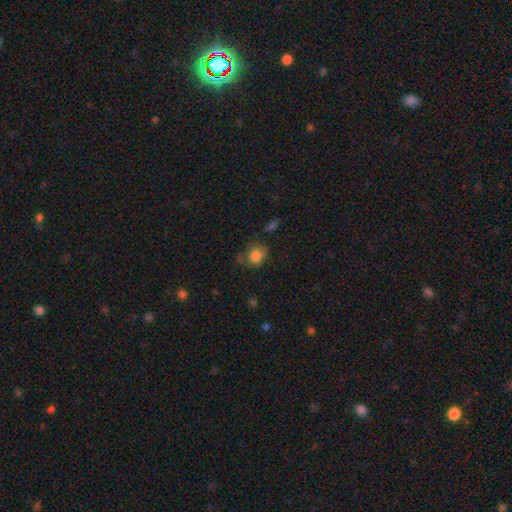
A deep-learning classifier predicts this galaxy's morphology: Smooth or featured?
  - smooth: 81% *
  - star or artifact: 10%
  - featured or disk: 8%
How rounded?
  - round: 63% *
  - in between: 36%
  - cigar-shaped: 1%
Merging?
  - none: 53% *
  - minor disturbance: 29%
  - major disturbance: 14%
  - merger: 4%